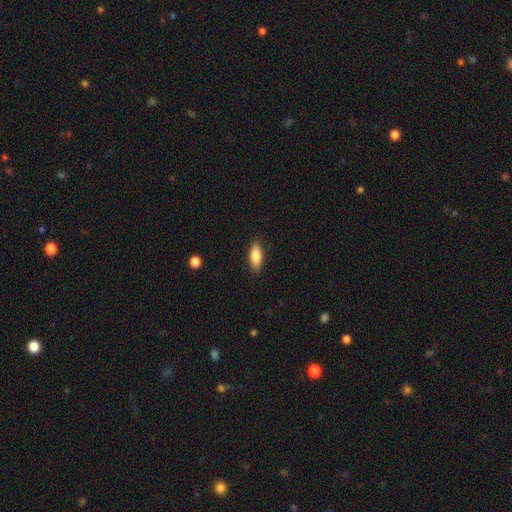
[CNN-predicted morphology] This is clearly a smooth galaxy (81%). How rounded: likely in between (75%). Merging: clearly none (86%).